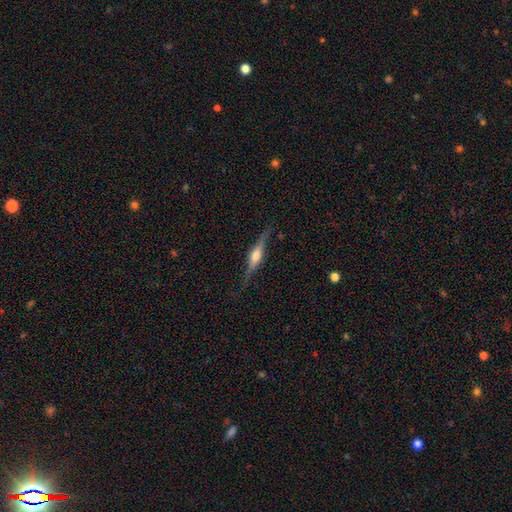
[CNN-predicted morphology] Smooth or featured: featured or disk — 75% (smooth — 19%)
Edge-on disk: yes — 97% (no — 3%)
Edge-on bulge: rounded — 87% (boxy — 9%)
Merging: none — 83% (minor disturbance — 12%)